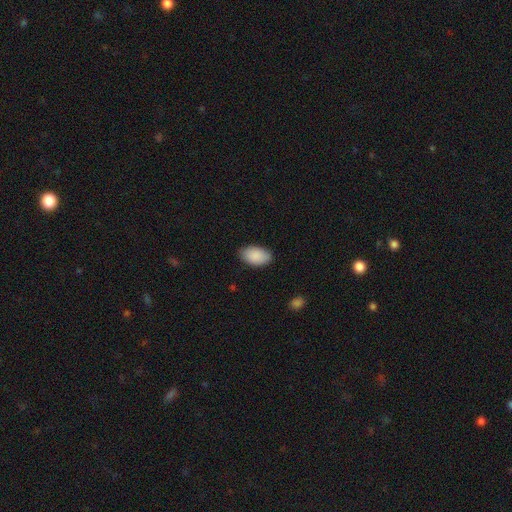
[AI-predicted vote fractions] smooth_or_featured: smooth (p=0.90) [alt: star or artifact p=0.06]
how_rounded: in between (p=0.95) [alt: round p=0.04]
merging: none (p=0.86) [alt: minor disturbance p=0.11]